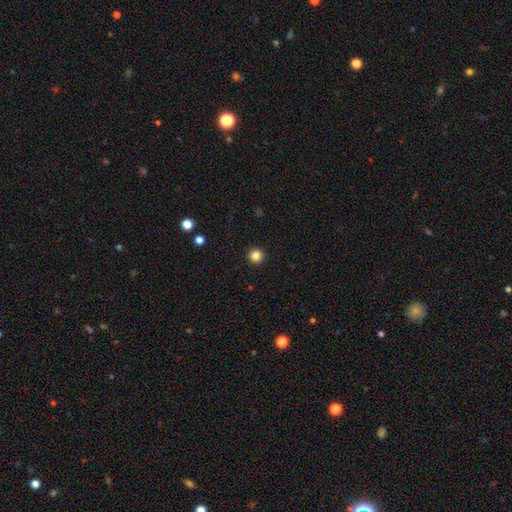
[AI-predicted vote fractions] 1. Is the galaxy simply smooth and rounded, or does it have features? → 84% smooth, 12% star or artifact, 4% featured or disk.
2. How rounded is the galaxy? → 96% round, 3% in between, 1% cigar-shaped.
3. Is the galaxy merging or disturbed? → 94% none, 4% minor disturbance, 1% major disturbance, 1% merger.